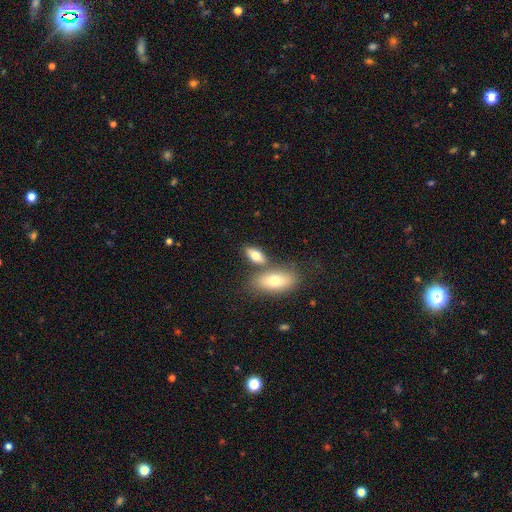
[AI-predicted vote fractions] This appears to be a smooth galaxy with no disk features (74%) that is in between round and cigar-shaped (83%). Merging: none (57%).